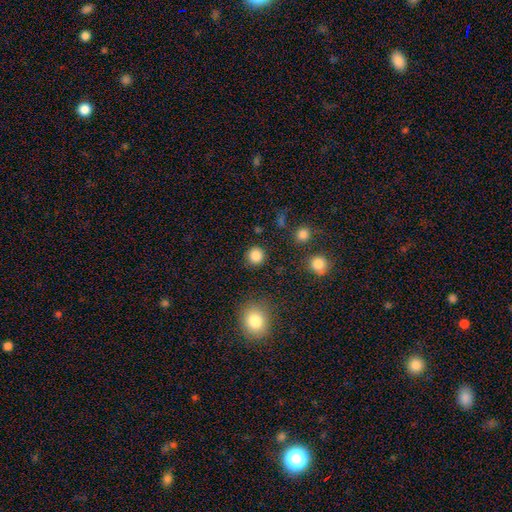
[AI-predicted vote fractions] A smooth galaxy with no disk features (86%) that is round (92%).

Vote fractions:
- Smooth or featured? smooth: 86% / star or artifact: 11% / featured or disk: 4%
- How rounded? round: 92% / in between: 7% / cigar-shaped: 1%
- Merging? none: 89% / minor disturbance: 6% / major disturbance: 3% / merger: 2%